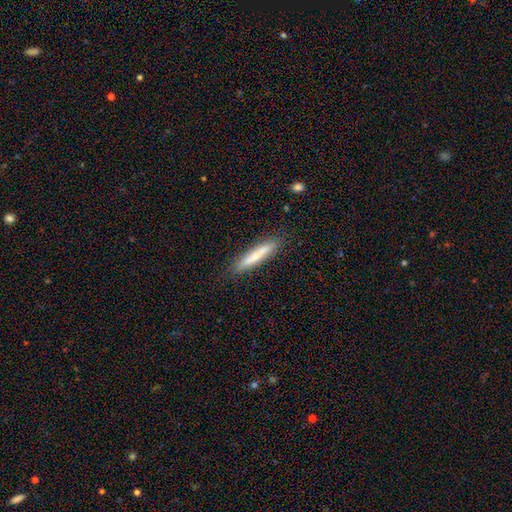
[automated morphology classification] Smooth or featured? smooth (70%)
How rounded? cigar-shaped (93%)
Merging? none (89%)